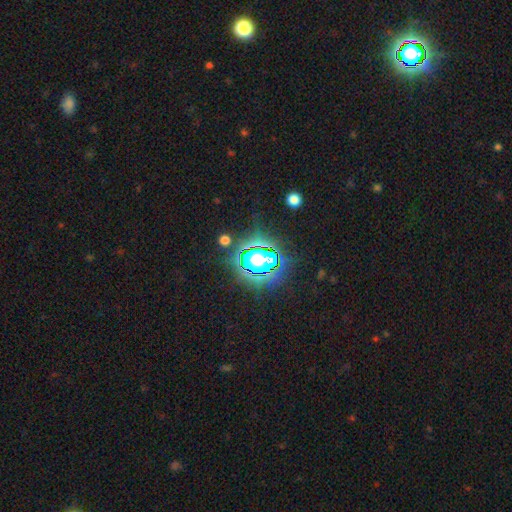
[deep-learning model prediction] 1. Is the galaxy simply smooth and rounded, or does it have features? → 67% star or artifact, 21% smooth, 12% featured or disk.